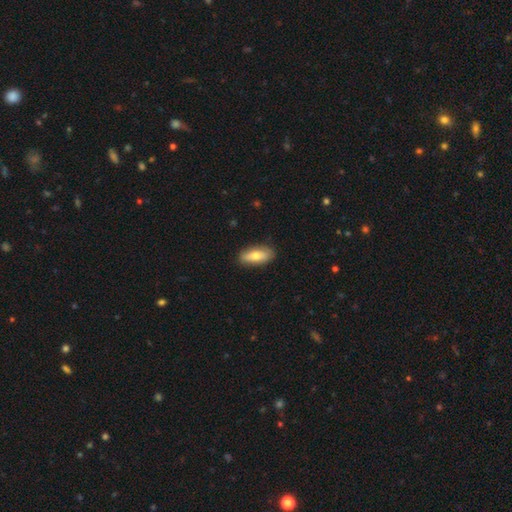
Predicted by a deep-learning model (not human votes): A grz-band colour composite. It shows a smooth galaxy with no disk features (70%) that is in between round and cigar-shaped (77%). Merging: none (84%).